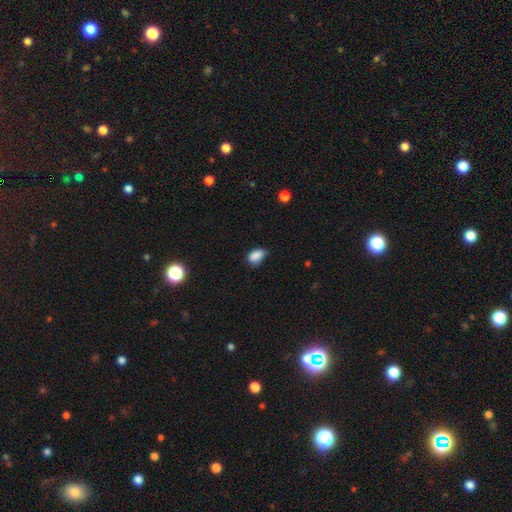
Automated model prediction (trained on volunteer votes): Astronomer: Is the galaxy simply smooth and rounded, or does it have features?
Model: smooth — 86%.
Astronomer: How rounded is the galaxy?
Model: in between — 87%.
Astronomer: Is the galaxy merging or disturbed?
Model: none — 55% (runner-up: minor disturbance, 37%).